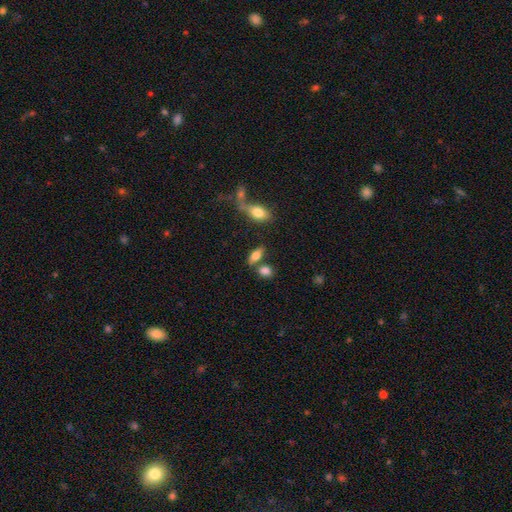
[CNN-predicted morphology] Smooth or featured? smooth (72%)
How rounded? in between (74%)
Merging? none (61%)